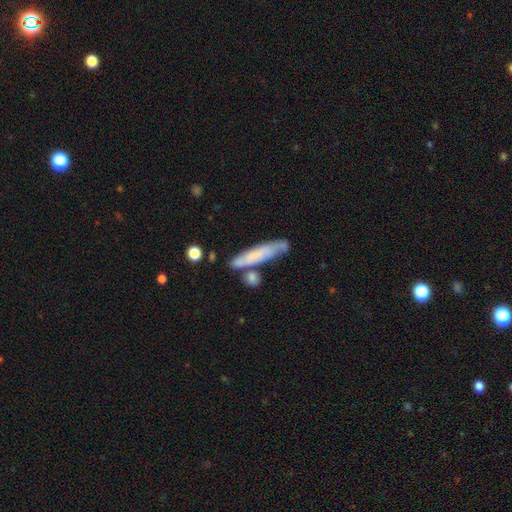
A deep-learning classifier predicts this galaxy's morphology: Q: Smooth or featured?
A: smooth (59%); runner-up: featured or disk (34%)
Q: How rounded?
A: cigar-shaped (85%); runner-up: in between (13%)
Q: Merging?
A: none (60%); runner-up: minor disturbance (19%)